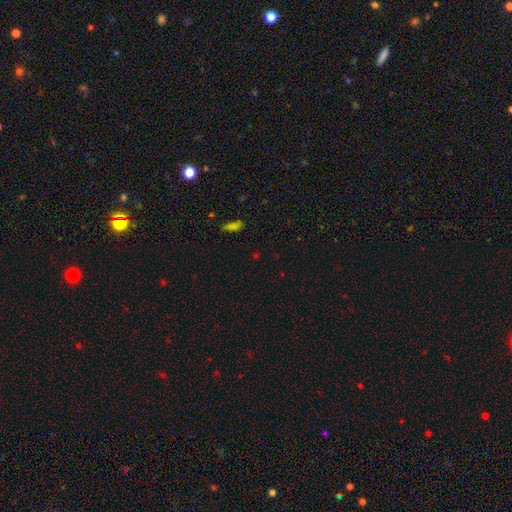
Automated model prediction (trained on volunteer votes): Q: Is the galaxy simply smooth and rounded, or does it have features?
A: star or artifact — 47%.